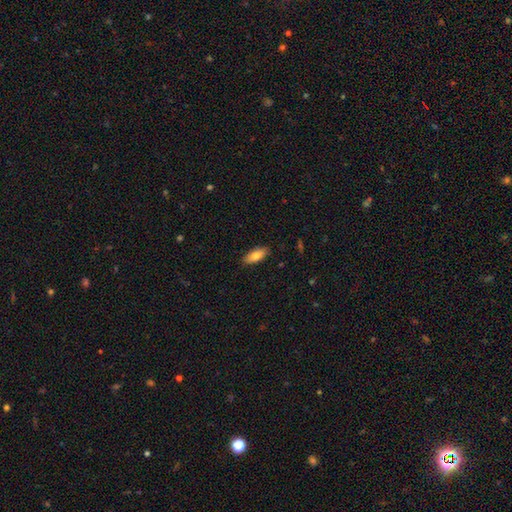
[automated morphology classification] type=smooth (79%); roundness=in between (83%); merging=none (87%).